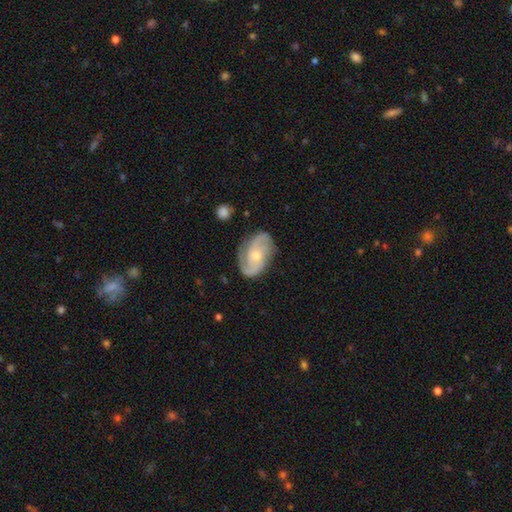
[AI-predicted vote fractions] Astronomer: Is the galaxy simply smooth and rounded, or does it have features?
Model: featured or disk — 82%.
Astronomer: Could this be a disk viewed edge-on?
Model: no — 97%.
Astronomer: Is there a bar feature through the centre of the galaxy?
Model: no — 63%.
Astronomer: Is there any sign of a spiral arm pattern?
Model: yes — 96%.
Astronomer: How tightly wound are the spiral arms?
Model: medium — 47% (runner-up: tight, 34%).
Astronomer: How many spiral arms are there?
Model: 2 — 74%.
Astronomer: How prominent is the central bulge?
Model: small — 50% (runner-up: moderate, 45%).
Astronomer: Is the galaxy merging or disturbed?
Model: none — 75%.